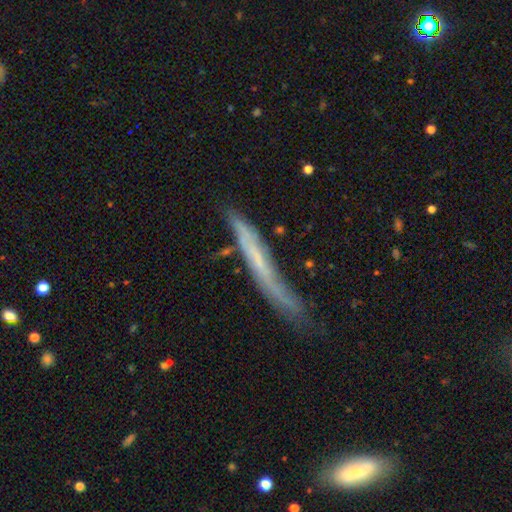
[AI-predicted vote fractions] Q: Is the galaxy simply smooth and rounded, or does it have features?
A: featured or disk — 55%.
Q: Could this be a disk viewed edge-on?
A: yes — 82%.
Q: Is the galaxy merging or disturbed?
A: none — 59%.